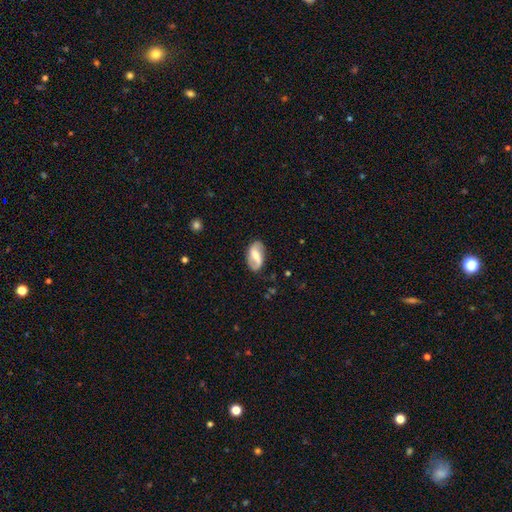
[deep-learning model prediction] Smooth or featured? featured or disk (65%)
Edge-on disk? no (96%)
Bar? weak (42%)
Spiral arms? yes (86%)
Spiral winding? loose (47%)
Spiral arm count? 2 (87%)
Bulge size? moderate (44%)
Merging? none (80%)